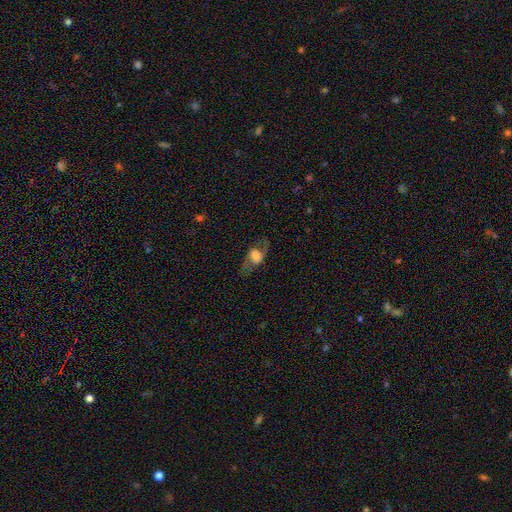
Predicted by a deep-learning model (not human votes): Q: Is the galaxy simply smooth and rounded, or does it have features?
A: featured or disk — 56%.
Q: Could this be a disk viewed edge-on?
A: no — 79%.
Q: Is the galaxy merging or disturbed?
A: none — 69%.